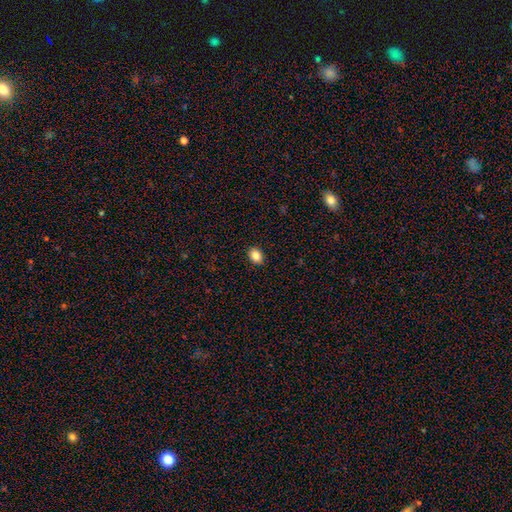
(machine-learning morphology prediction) This appears to be a smooth galaxy with no disk features (85%) that is in between round and cigar-shaped (65%). Merging: none (90%).